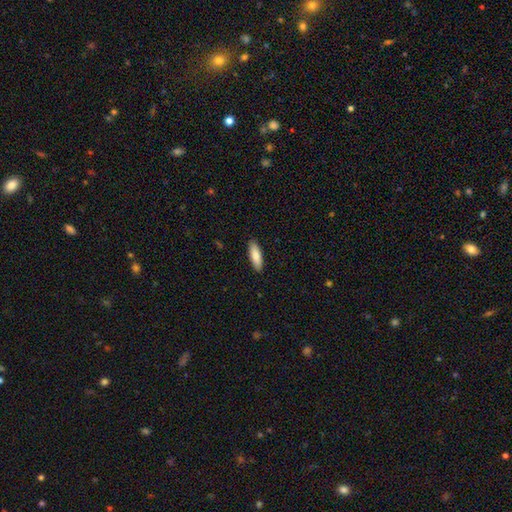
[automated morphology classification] A smooth galaxy with no disk features (82%) that is in between round and cigar-shaped (52%). Merging: none (90%).